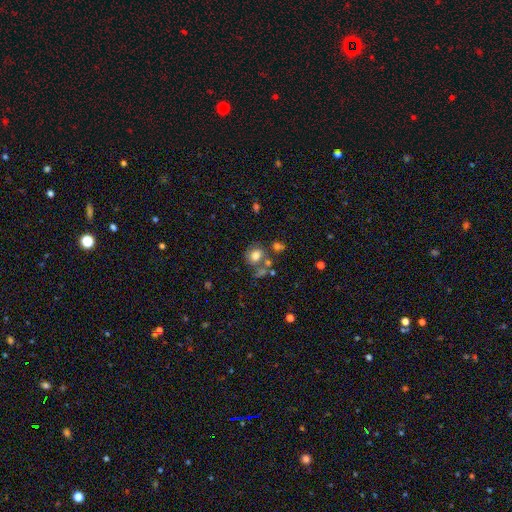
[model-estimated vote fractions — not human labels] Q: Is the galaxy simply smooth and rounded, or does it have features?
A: smooth — 72%.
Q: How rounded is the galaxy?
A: round — 58%.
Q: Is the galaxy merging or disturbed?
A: none — 51%.